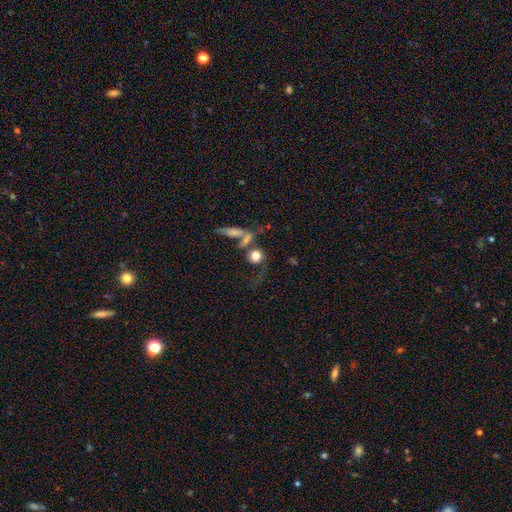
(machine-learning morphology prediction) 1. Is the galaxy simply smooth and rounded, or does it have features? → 71% smooth, 17% featured or disk, 11% star or artifact.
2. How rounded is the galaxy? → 82% round, 14% in between, 3% cigar-shaped.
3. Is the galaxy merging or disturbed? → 42% none, 28% merger, 16% major disturbance, 13% minor disturbance.